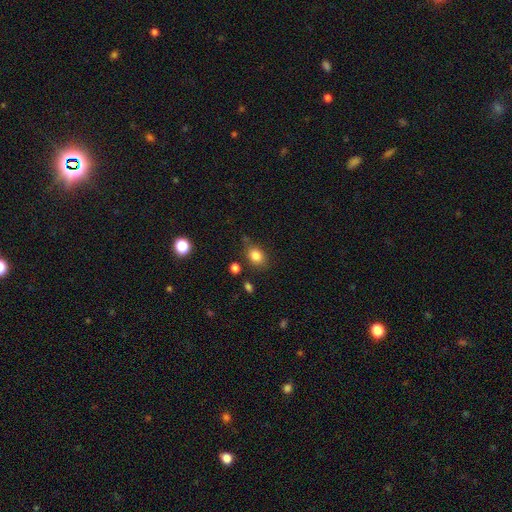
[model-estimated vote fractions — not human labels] smooth-or-featured: smooth: 83% | star or artifact: 10% | featured or disk: 7%
  how-rounded: in between: 61% | round: 38% | cigar-shaped: 1%
  merging: none: 74% | minor disturbance: 17% | merger: 5% | major disturbance: 5%